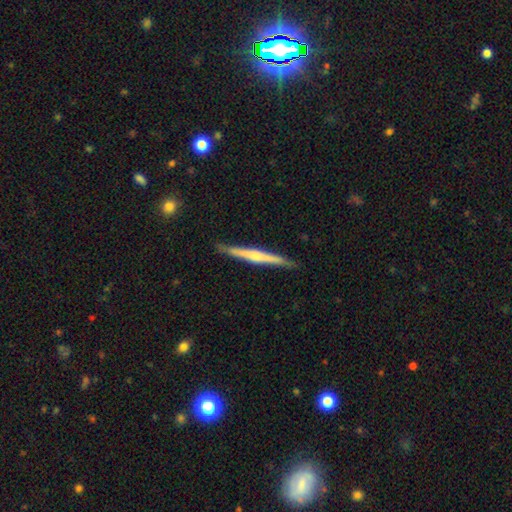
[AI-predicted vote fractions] Smooth or featured? Predicted: featured or disk (p=0.64). Edge-on disk? Predicted: yes (p=0.98). Edge-on bulge? Predicted: rounded (p=0.62). Merging? Predicted: none (p=0.89).